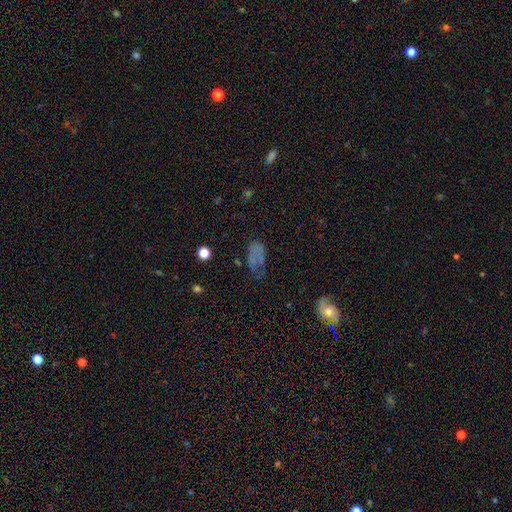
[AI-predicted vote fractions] Smooth or featured: smooth — 54% (featured or disk — 25%)
How rounded: in between — 87% (round — 9%)
Merging: none — 38% (major disturbance — 30%)